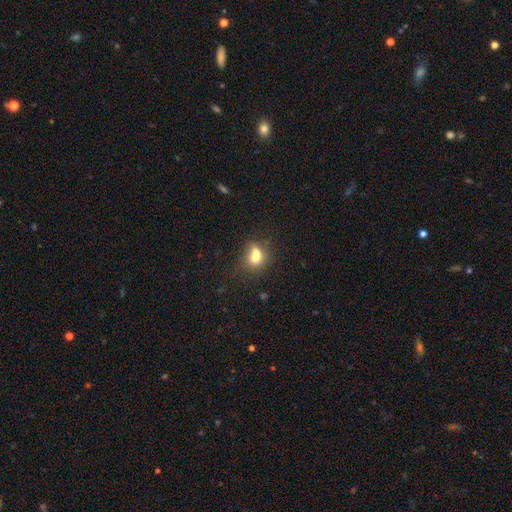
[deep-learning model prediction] smooth_or_featured: smooth (p=0.69) [alt: featured or disk p=0.19]
how_rounded: in between (p=0.50) [alt: round p=0.48]
merging: merger (p=0.49) [alt: none p=0.32]